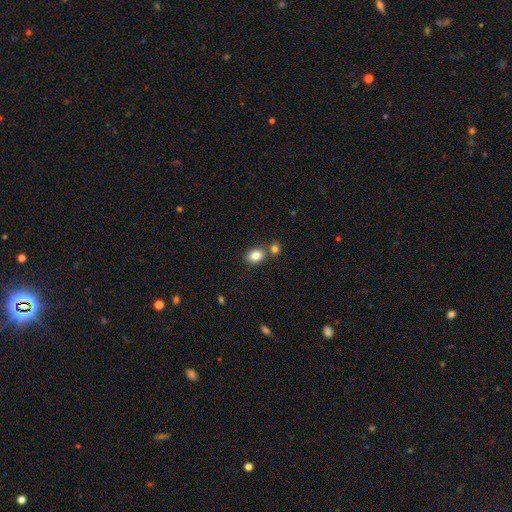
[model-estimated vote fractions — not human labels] A smooth galaxy with no disk features (83%) that is in between round and cigar-shaped (58%).

Vote fractions:
- Smooth or featured? smooth: 83% / star or artifact: 10% / featured or disk: 7%
- How rounded? in between: 58% / round: 41% / cigar-shaped: 1%
- Merging? none: 66% / merger: 22% / minor disturbance: 9% / major disturbance: 3%